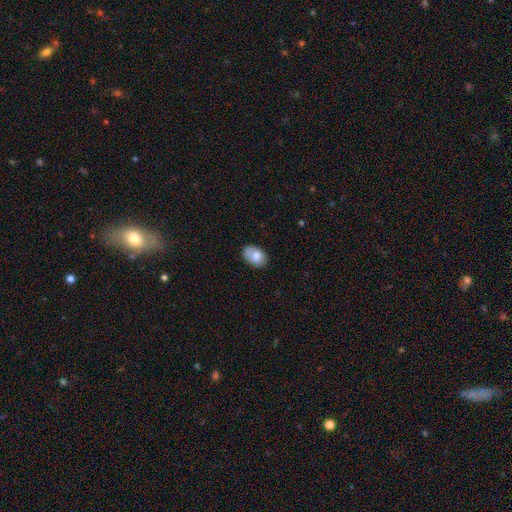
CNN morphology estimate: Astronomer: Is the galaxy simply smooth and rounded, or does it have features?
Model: smooth — 79%.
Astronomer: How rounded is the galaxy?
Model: in between — 85%.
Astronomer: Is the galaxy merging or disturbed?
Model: none — 69%.